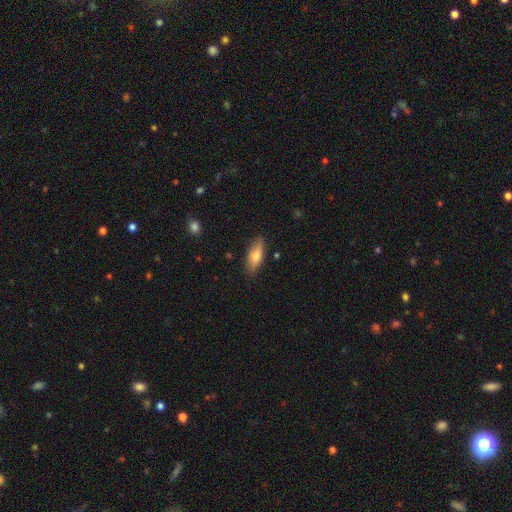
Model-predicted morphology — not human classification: A smooth galaxy with no disk features (70%) that is in between round and cigar-shaped (72%).

Vote fractions:
- Smooth or featured? smooth: 70% / featured or disk: 23% / star or artifact: 6%
- How rounded? in between: 72% / cigar-shaped: 26% / round: 3%
- Merging? none: 84% / minor disturbance: 13% / major disturbance: 2% / merger: 1%